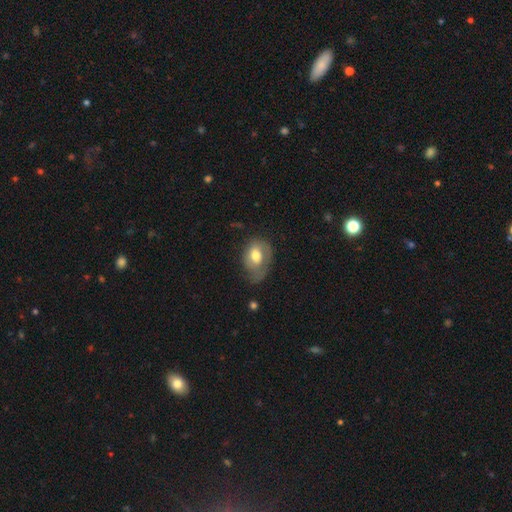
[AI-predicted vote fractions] A smooth galaxy with no disk features (64%) that is in between round and cigar-shaped (69%). Merging: none (37%).